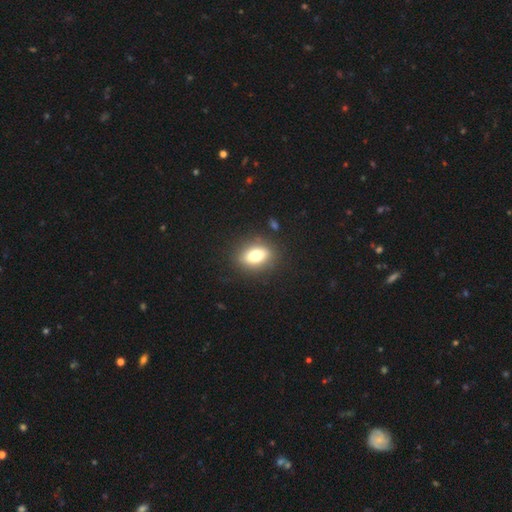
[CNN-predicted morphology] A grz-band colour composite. It shows a smooth galaxy with no disk features (75%) that is in between round and cigar-shaped (77%). Merging: none (85%).